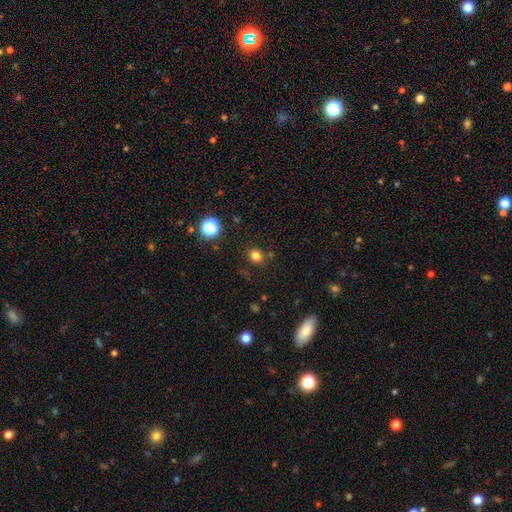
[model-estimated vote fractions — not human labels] This is likely a smooth galaxy (78%). How rounded: likely round (76%). Merging: likely none (79%).